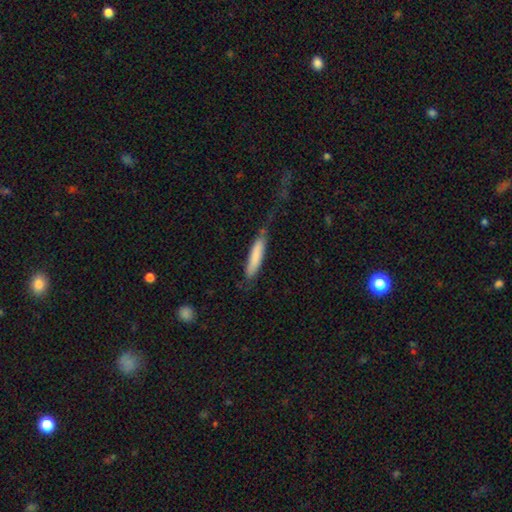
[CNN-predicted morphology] This is likely a smooth galaxy (77%). How rounded: clearly cigar-shaped (87%). Merging: possibly none (56%).